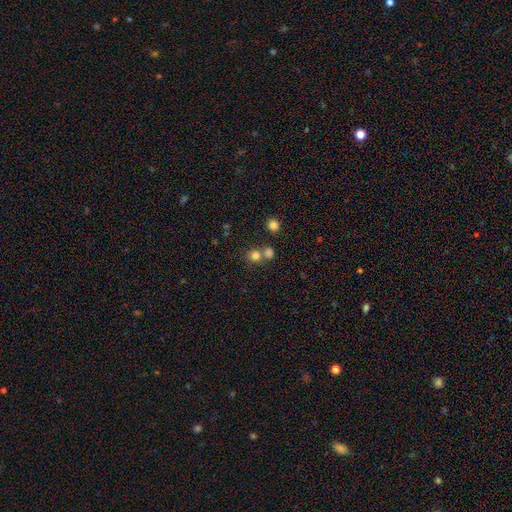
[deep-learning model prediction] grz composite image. It shows a smooth galaxy with no disk features (77%) that is round (85%). Merging: none (60%).